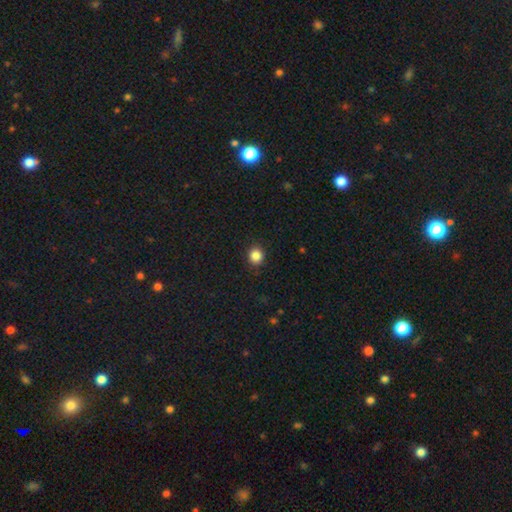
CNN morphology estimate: Overall: smooth (86%). How rounded: round (85%). Merging: none (90%).